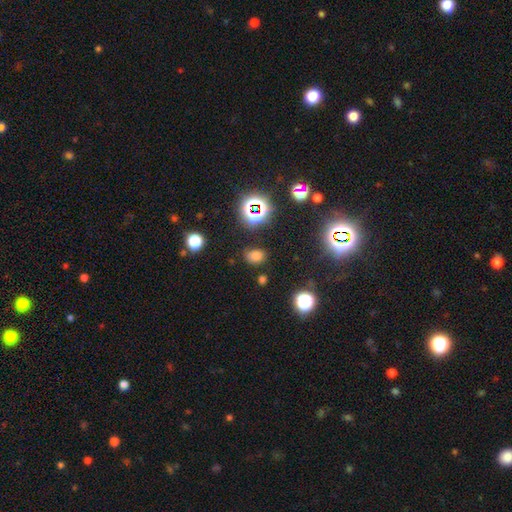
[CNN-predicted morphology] smooth_or_featured: smooth (p=0.67) [alt: star or artifact p=0.26]
how_rounded: in between (p=0.66) [alt: round p=0.33]
merging: none (p=0.78) [alt: minor disturbance p=0.14]